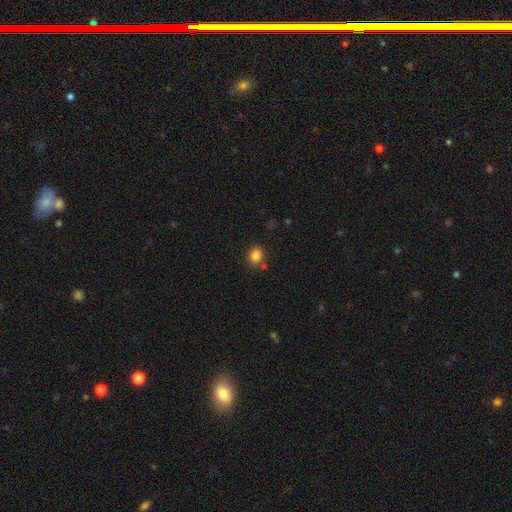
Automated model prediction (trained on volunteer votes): This appears to be a smooth galaxy with no disk features (84%) that is round (71%). Merging: none (77%).